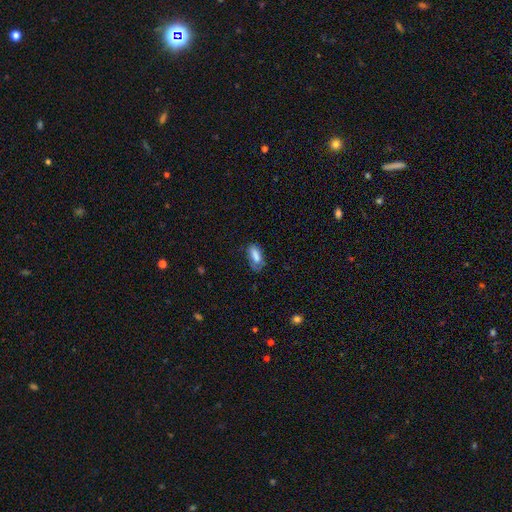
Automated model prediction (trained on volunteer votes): Smooth or featured: smooth — 77% (featured or disk — 14%)
How rounded: in between — 82% (cigar-shaped — 15%)
Merging: none — 53% (minor disturbance — 30%)